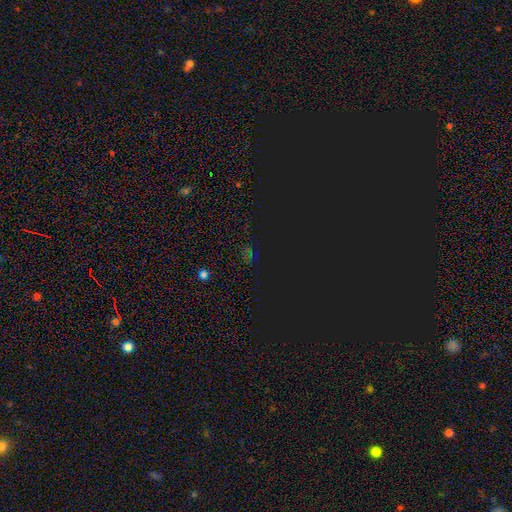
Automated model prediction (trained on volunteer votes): This is likely a star or artifact rather than a galaxy (75%).